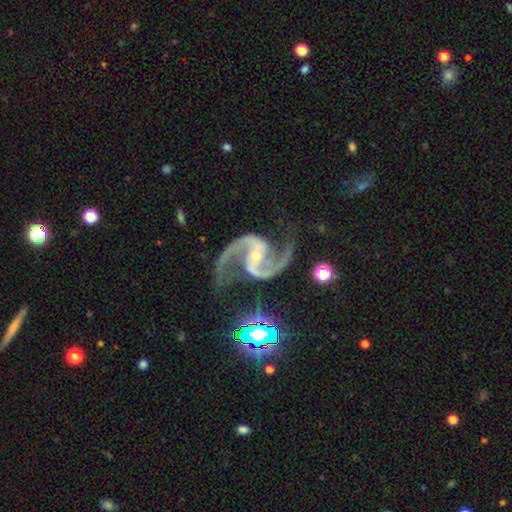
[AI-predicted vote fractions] featured or disk 94%, star or artifact 5%, smooth 2%. Down the decision tree: edge-on disk — no (98%); bar — strong (38%); spiral arms — yes (99%); spiral arm count — 2 (95%); spiral winding — medium (58%); bulge size — small (65%); merging — none (75%).